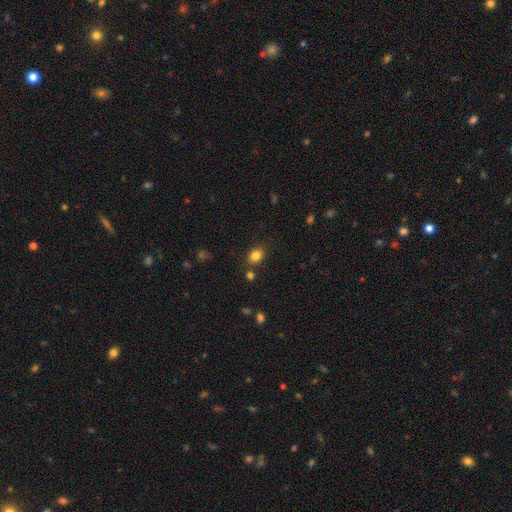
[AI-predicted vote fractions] smooth_or_featured: smooth (p=0.83) [alt: star or artifact p=0.12]
how_rounded: in between (p=0.54) [alt: round p=0.45]
merging: none (p=0.81) [alt: minor disturbance p=0.11]